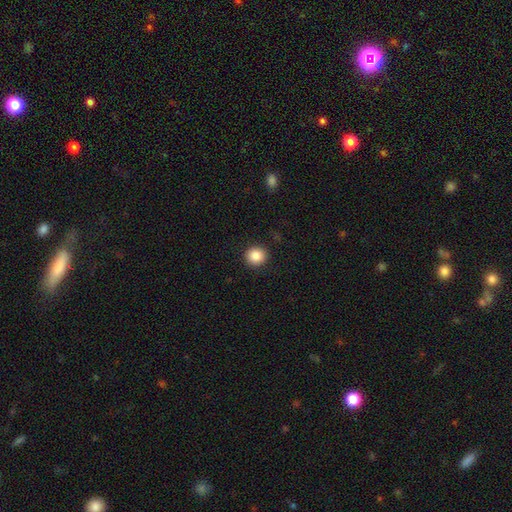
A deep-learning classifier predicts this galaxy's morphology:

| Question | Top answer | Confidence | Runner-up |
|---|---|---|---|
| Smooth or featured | smooth | 86% | star or artifact (9%) |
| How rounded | round | 88% | in between (11%) |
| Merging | none | 91% | minor disturbance (6%) |